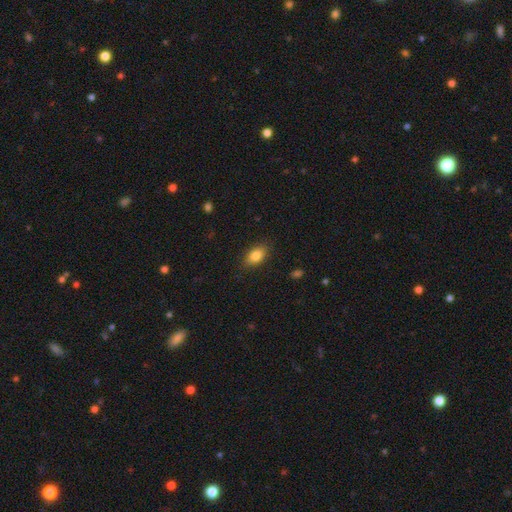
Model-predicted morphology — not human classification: Smooth or featured? smooth (83%)
How rounded? in between (87%)
Merging? none (84%)